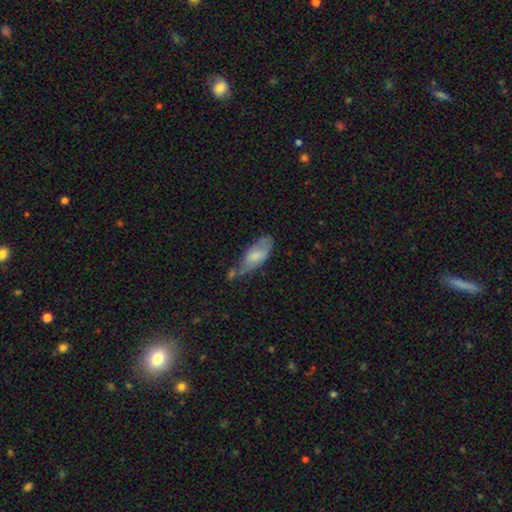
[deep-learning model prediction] Overall: smooth (68%). How rounded: in between (82%). Merging: none (40%; minor disturbance 34%).